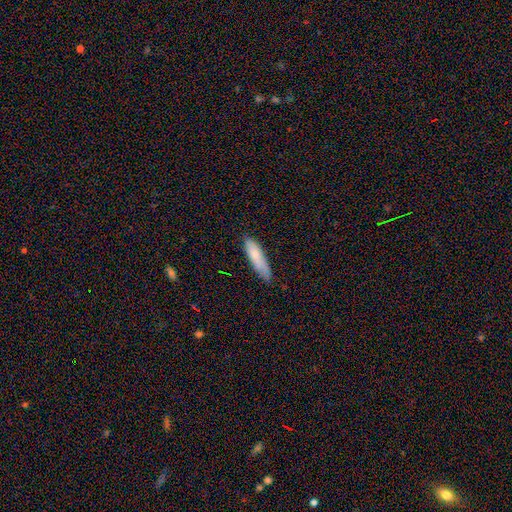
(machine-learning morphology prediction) Smooth or featured? smooth (77%)
How rounded? cigar-shaped (67%)
Merging? none (70%)